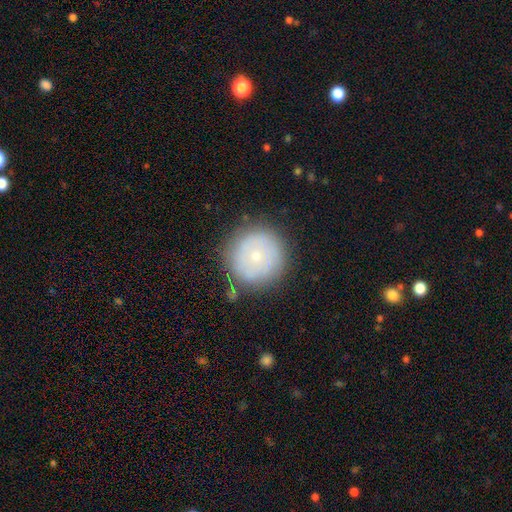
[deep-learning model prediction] smooth 56%, featured or disk 35%, star or artifact 8%. Down the decision tree: how rounded — round (95%); merging — none (83%).